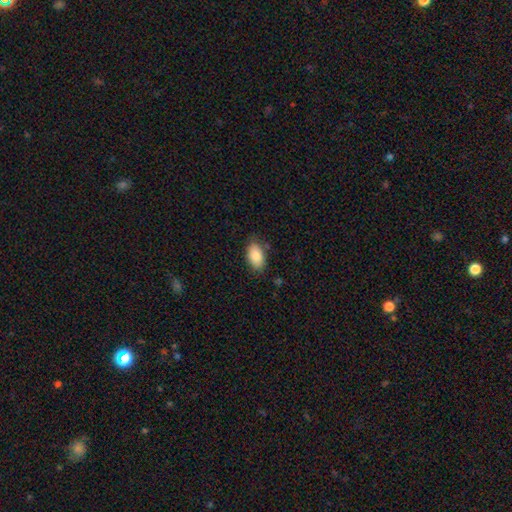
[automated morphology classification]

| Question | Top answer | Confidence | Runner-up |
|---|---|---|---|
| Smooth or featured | smooth | 84% | featured or disk (9%) |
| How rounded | in between | 93% | round (5%) |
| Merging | none | 80% | minor disturbance (15%) |